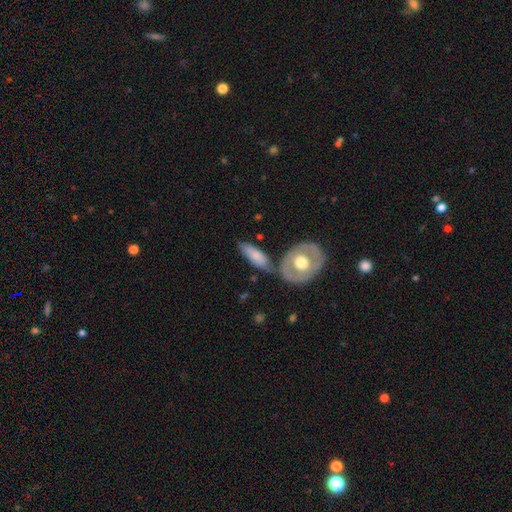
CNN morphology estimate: Overall: smooth (63%; featured or disk 32%). How rounded: in between (75%). Merging: none (57%; minor disturbance 19%).